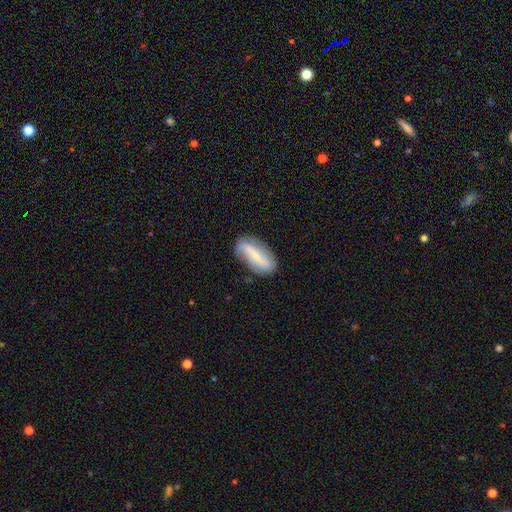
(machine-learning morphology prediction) Q: Smooth or featured?
A: featured or disk (61%); runner-up: smooth (32%)
Q: Edge-on disk?
A: no (84%); runner-up: yes (16%)
Q: Bar?
A: strong (61%); runner-up: weak (23%)
Q: Spiral arms?
A: yes (72%); runner-up: no (28%)
Q: Bulge size?
A: small (67%); runner-up: moderate (25%)
Q: Merging?
A: none (78%); runner-up: minor disturbance (16%)